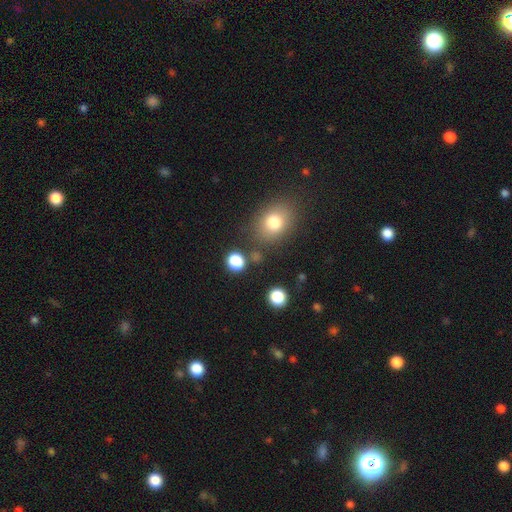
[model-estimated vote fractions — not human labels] This is likely a smooth galaxy (72%). How rounded: possibly round (57%). Merging: likely none (79%).